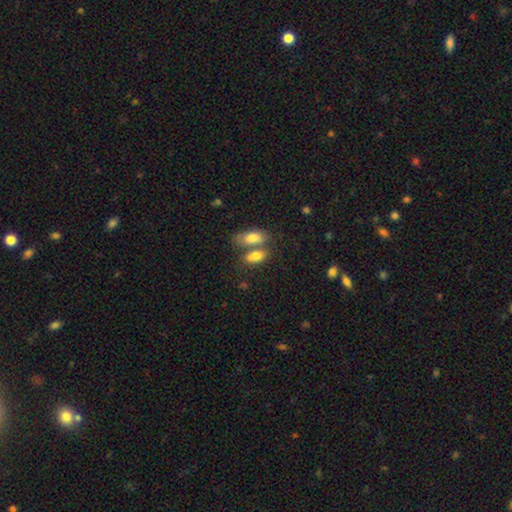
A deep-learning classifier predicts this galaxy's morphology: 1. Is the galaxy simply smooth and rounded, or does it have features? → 77% smooth, 15% featured or disk, 7% star or artifact.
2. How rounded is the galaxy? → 85% in between, 10% cigar-shaped, 6% round.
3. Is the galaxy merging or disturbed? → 50% merger, 37% none, 9% minor disturbance, 4% major disturbance.